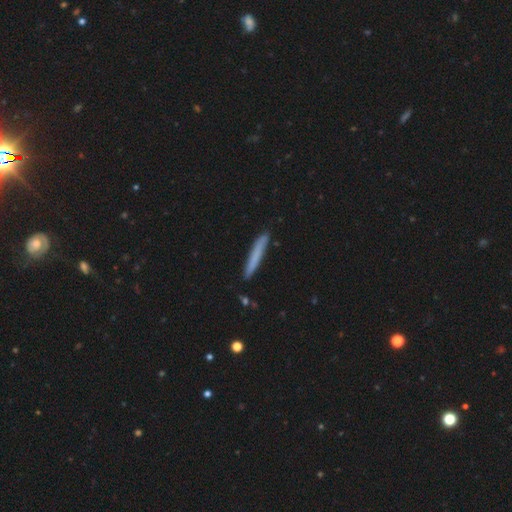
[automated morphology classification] Overall: smooth (70%). How rounded: cigar-shaped (96%). Merging: none (88%).